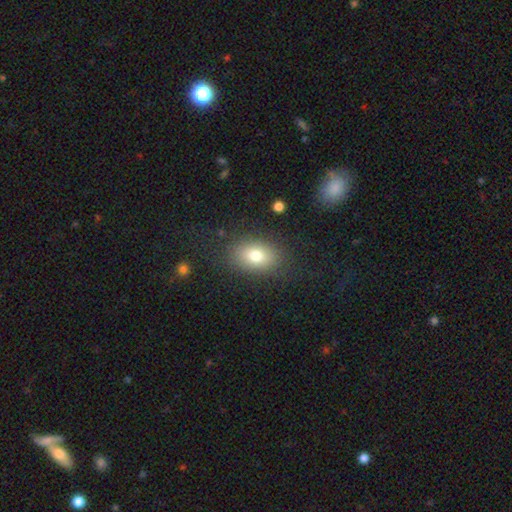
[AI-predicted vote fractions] A smooth galaxy with no disk features (77%) that is in between round and cigar-shaped (78%).

Vote fractions:
- Smooth or featured? smooth: 77% / featured or disk: 13% / star or artifact: 10%
- How rounded? in between: 78% / round: 20% / cigar-shaped: 1%
- Merging? none: 83% / minor disturbance: 11% / major disturbance: 5% / merger: 1%